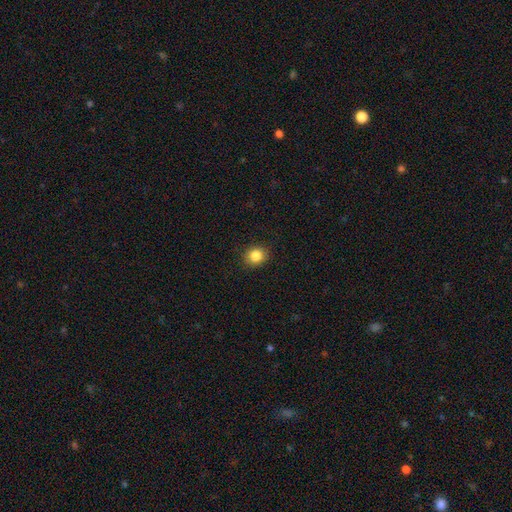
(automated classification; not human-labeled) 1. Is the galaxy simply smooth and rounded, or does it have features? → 85% smooth, 10% star or artifact, 5% featured or disk.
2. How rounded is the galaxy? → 76% round, 24% in between, 1% cigar-shaped.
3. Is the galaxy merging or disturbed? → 90% none, 7% minor disturbance, 2% major disturbance, 1% merger.